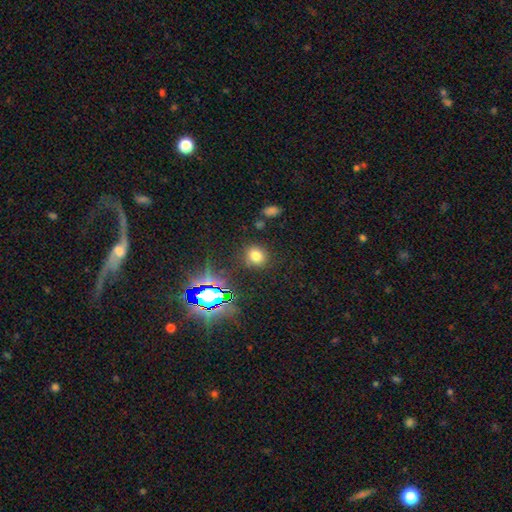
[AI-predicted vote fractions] Smooth or featured? Predicted: smooth (p=0.70). How rounded? Predicted: round (p=0.77). Merging? Predicted: none (p=0.84).